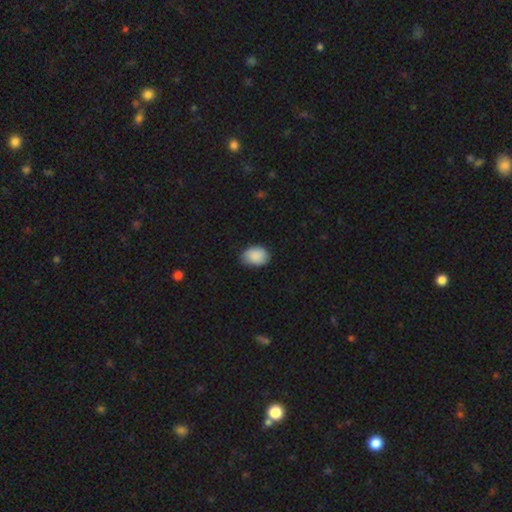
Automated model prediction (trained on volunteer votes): A smooth galaxy with no disk features (88%) that is in between round and cigar-shaped (76%).

Vote fractions:
- Smooth or featured? smooth: 88% / star or artifact: 7% / featured or disk: 5%
- How rounded? in between: 76% / round: 23% / cigar-shaped: 1%
- Merging? none: 73% / minor disturbance: 22% / major disturbance: 3% / merger: 1%